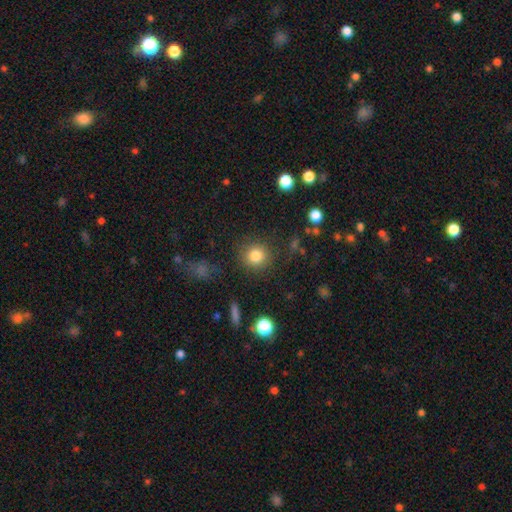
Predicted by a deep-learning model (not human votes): The model was most divided on "smooth or featured": smooth: 83%, star or artifact: 11%, featured or disk: 6%. More confident: how rounded — round (90%); merging — none (86%).